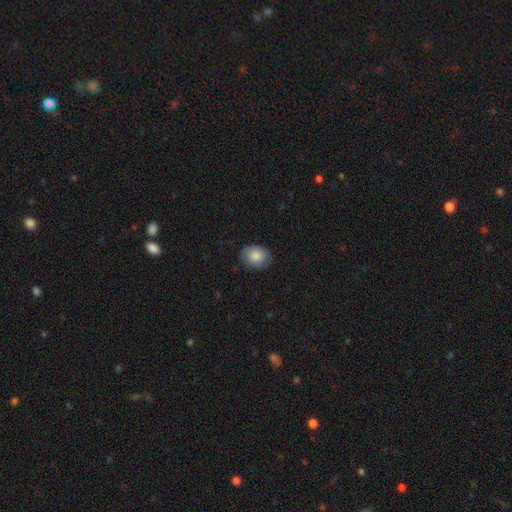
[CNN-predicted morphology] smooth_or_featured: smooth (p=0.83) [alt: featured or disk p=0.10]
how_rounded: in between (p=0.67) [alt: round p=0.32]
merging: none (p=0.82) [alt: minor disturbance p=0.14]